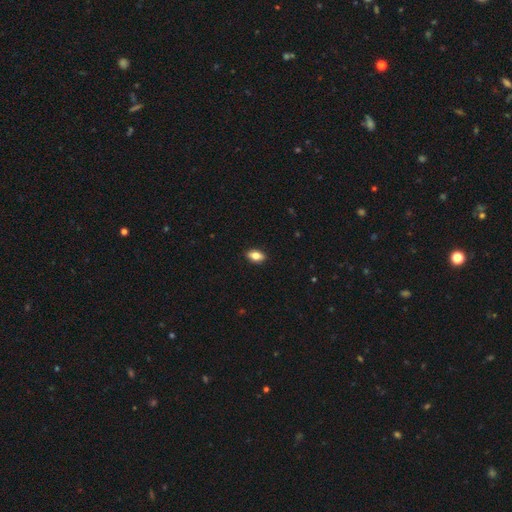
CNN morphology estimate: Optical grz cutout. It shows a smooth galaxy with no disk features (78%) that is in between round and cigar-shaped (87%). Merging: none (89%).